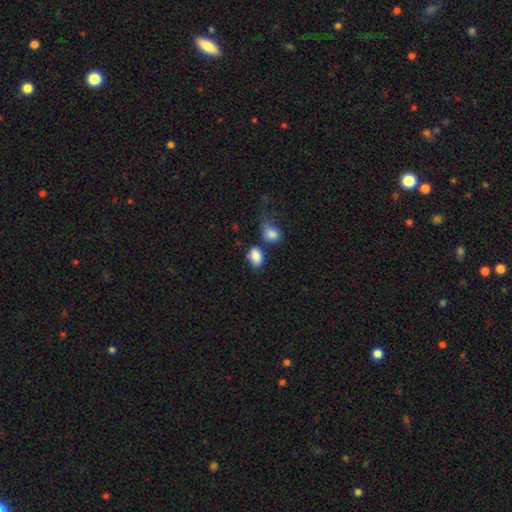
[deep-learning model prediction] The model was most divided on "merging": none: 47%, merger: 23%, minor disturbance: 21%, major disturbance: 9%. More confident: smooth or featured — smooth (84%); how rounded — in between (84%).